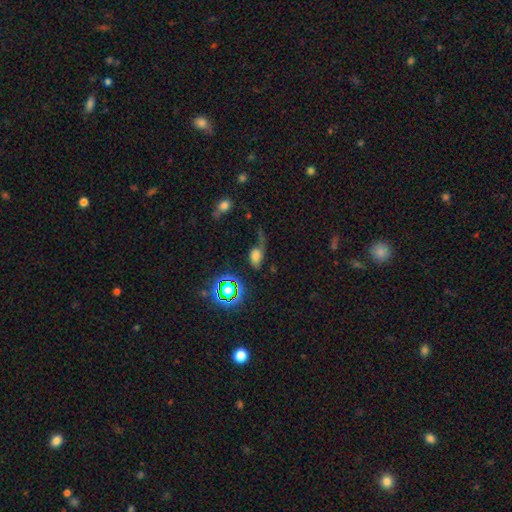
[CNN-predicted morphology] The model was most divided on "merging": major disturbance: 40%, none: 30%, minor disturbance: 22%, merger: 9%. More confident: how rounded — in between (77%); smooth or featured — smooth (52%).